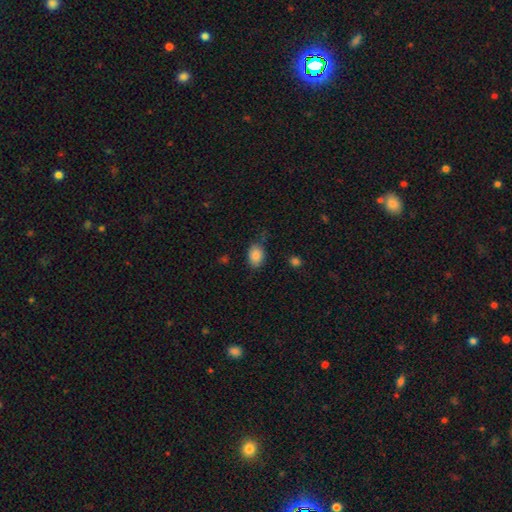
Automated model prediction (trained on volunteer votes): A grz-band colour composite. It shows a smooth galaxy with no disk features (85%) that is in between round and cigar-shaped (74%). Merging: none (72%).